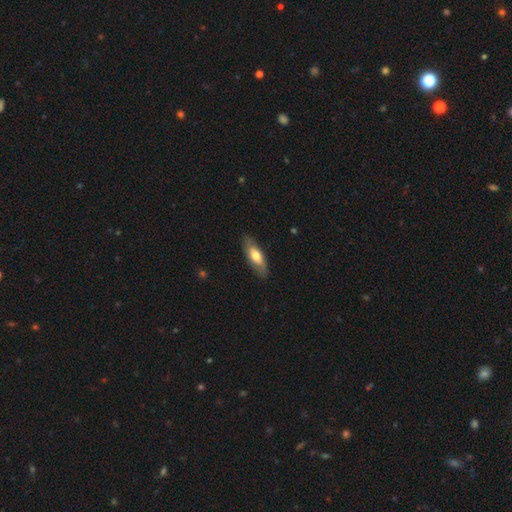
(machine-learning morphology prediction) smooth 62%, featured or disk 33%, star or artifact 6%. Down the decision tree: how rounded — in between (68%); merging — none (83%).